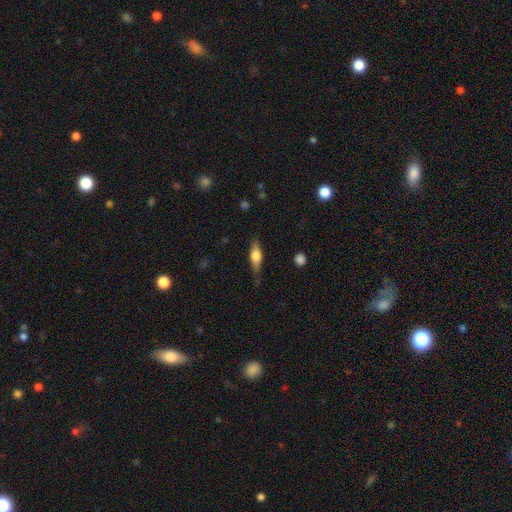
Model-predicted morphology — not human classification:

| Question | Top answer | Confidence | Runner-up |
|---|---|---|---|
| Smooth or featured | smooth | 59% | featured or disk (35%) |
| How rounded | in between | 53% | cigar-shaped (44%) |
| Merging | none | 77% | minor disturbance (17%) |